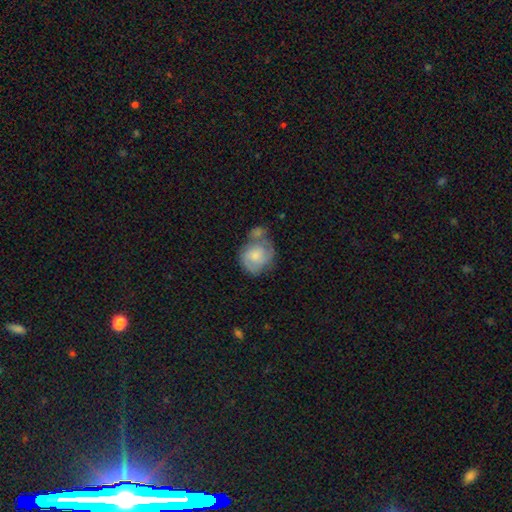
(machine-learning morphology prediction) This is possibly a featured or disk galaxy (47%). Merging: marginally none (36%).